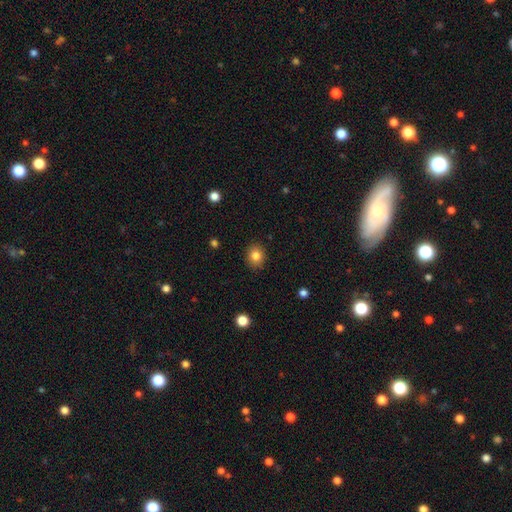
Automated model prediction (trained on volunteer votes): smooth 82%, star or artifact 10%, featured or disk 7%. Down the decision tree: how rounded — round (67%); merging — none (89%).